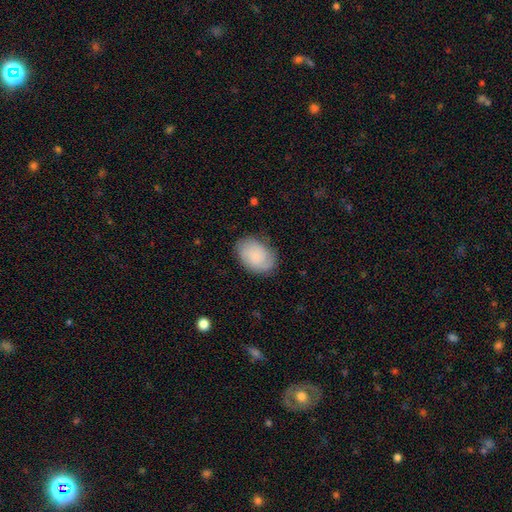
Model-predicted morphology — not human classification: Smooth or featured?
  - smooth: 69% *
  - featured or disk: 23%
  - star or artifact: 8%
How rounded?
  - in between: 84% *
  - round: 15%
  - cigar-shaped: 1%
Merging?
  - none: 78% *
  - minor disturbance: 16%
  - major disturbance: 4%
  - merger: 1%